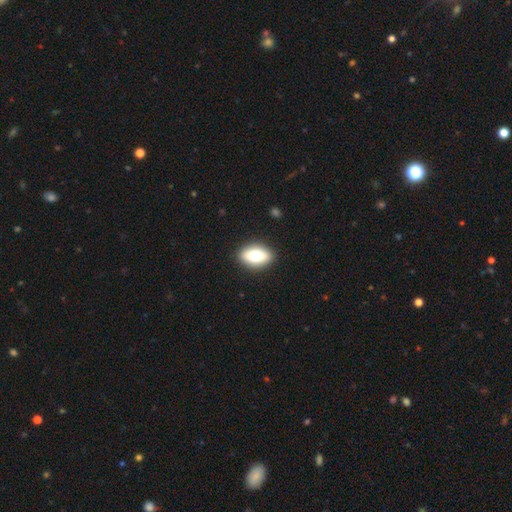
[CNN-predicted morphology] A smooth galaxy with no disk features (72%) that is in between round and cigar-shaped (86%). Merging: none (89%).